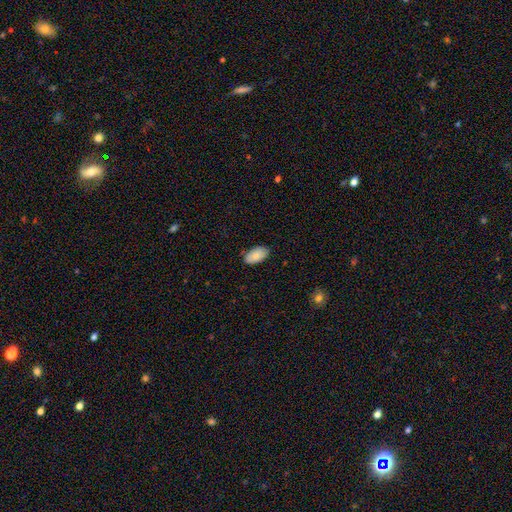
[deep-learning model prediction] smooth-or-featured: smooth: 83% | featured or disk: 10% | star or artifact: 6%
  how-rounded: in between: 95% | round: 3% | cigar-shaped: 2%
  merging: none: 83% | minor disturbance: 13% | major disturbance: 2% | merger: 1%